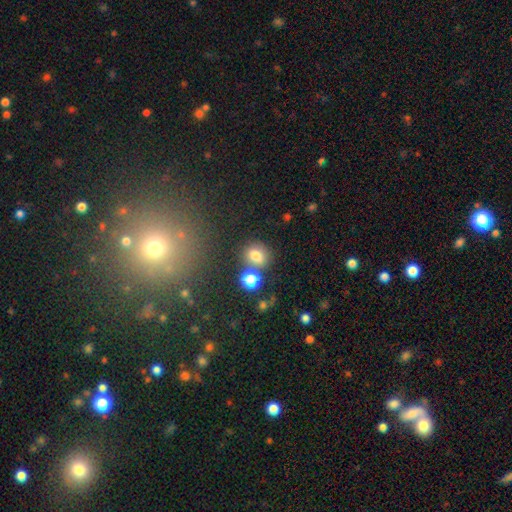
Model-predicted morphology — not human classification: smooth 74%, star or artifact 15%, featured or disk 11%. Down the decision tree: how rounded — round (56%); merging — none (63%).